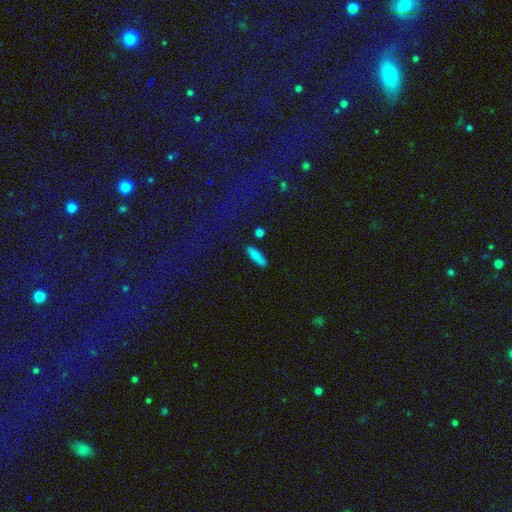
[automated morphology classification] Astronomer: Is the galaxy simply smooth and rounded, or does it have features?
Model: smooth — 80%.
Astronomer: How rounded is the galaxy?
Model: cigar-shaped — 56% (runner-up: in between, 41%).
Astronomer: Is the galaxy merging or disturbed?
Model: none — 80%.